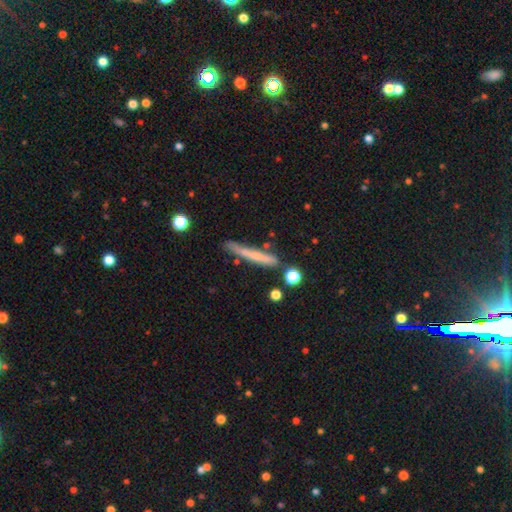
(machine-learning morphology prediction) Smooth or featured?
  - smooth: 56% *
  - featured or disk: 36%
  - star or artifact: 8%
How rounded?
  - cigar-shaped: 94% *
  - in between: 4%
  - round: 2%
Merging?
  - none: 71% *
  - minor disturbance: 18%
  - merger: 6%
  - major disturbance: 5%